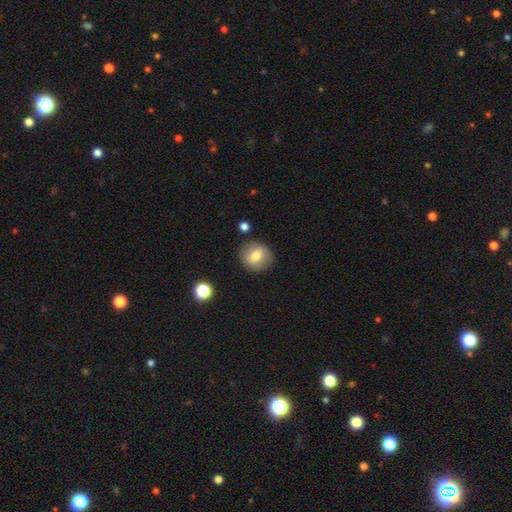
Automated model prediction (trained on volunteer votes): Smooth or featured? Predicted: smooth (p=0.65). How rounded? Predicted: round (p=0.79). Merging? Predicted: none (p=0.85).